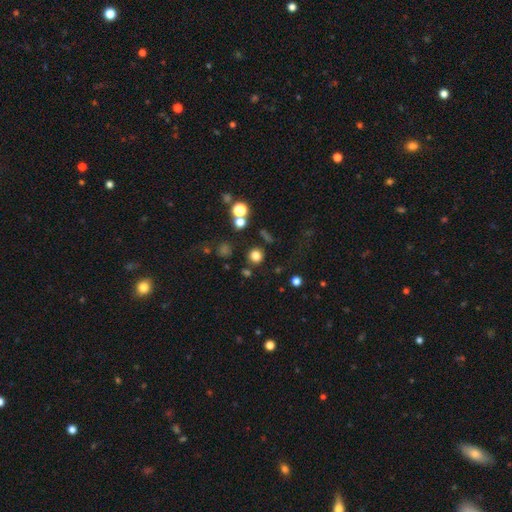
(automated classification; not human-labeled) Smooth or featured? smooth (77%)
How rounded? round (91%)
Merging? none (85%)